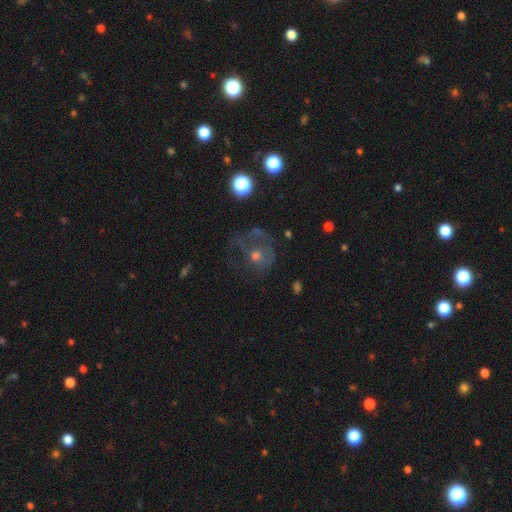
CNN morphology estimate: smooth-or-featured: featured or disk: 44% | smooth: 35% | star or artifact: 21%
  merging: none: 45% | major disturbance: 32% | minor disturbance: 19% | merger: 4%